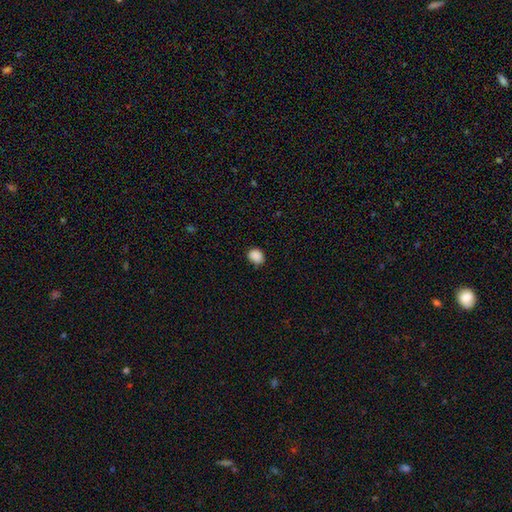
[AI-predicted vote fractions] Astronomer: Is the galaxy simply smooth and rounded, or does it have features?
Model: smooth — 88%.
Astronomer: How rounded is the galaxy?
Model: round — 59% (runner-up: in between, 41%).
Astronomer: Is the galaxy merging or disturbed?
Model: none — 77%.